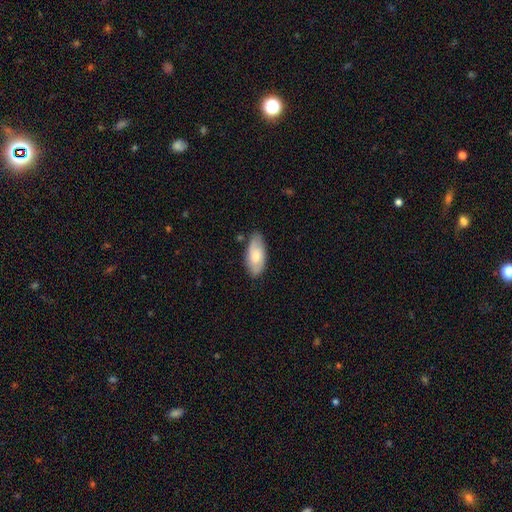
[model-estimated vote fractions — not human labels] A smooth galaxy with no disk features (66%) that is in between round and cigar-shaped (90%). Merging: none (75%).